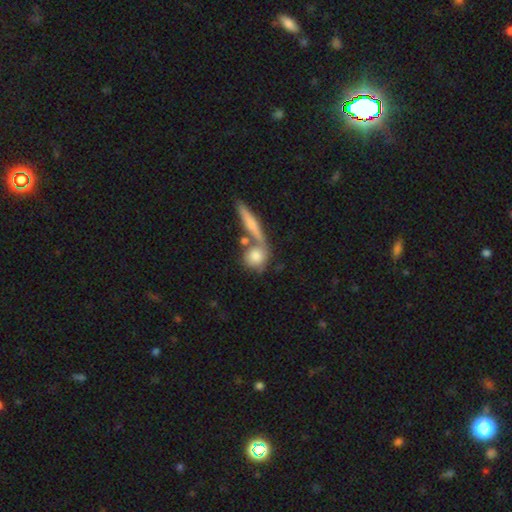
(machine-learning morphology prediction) This appears to be a smooth galaxy with no disk features (72%) that is round (72%). Merging: none (50%).